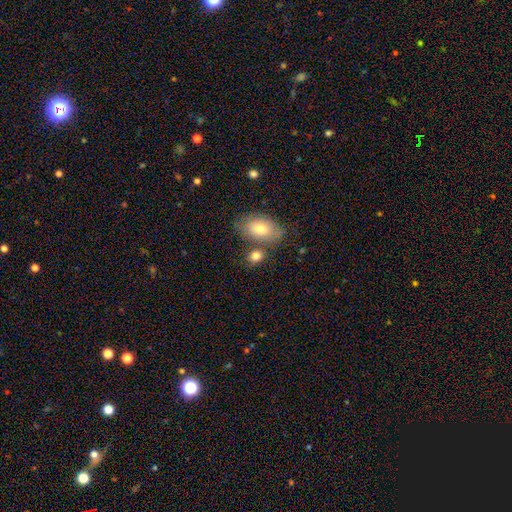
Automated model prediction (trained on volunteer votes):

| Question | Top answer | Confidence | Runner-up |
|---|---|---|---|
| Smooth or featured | smooth | 80% | featured or disk (11%) |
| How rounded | in between | 62% | round (36%) |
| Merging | none | 60% | merger (23%) |